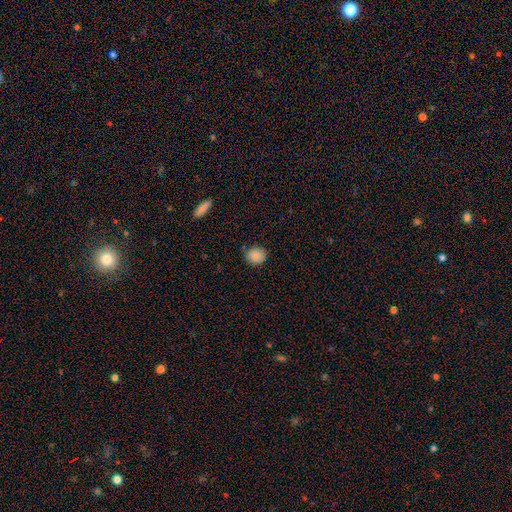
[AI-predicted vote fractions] A smooth galaxy with no disk features (86%) that is round (78%).

Vote fractions:
- Smooth or featured? smooth: 86% / star or artifact: 9% / featured or disk: 5%
- How rounded? round: 78% / in between: 21% / cigar-shaped: 1%
- Merging? none: 85% / minor disturbance: 11% / major disturbance: 2% / merger: 2%